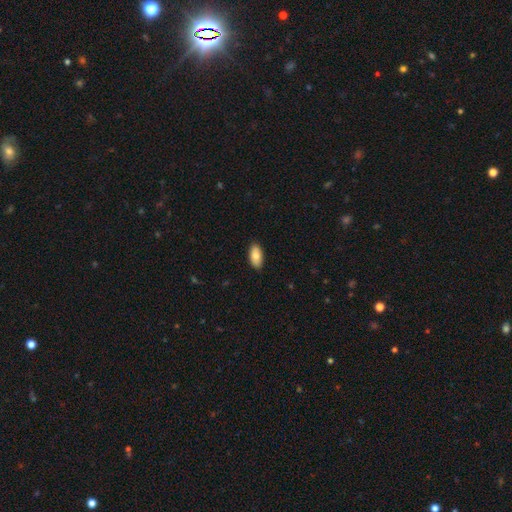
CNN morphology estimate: Overall: smooth (81%). How rounded: in between (92%). Merging: none (89%).